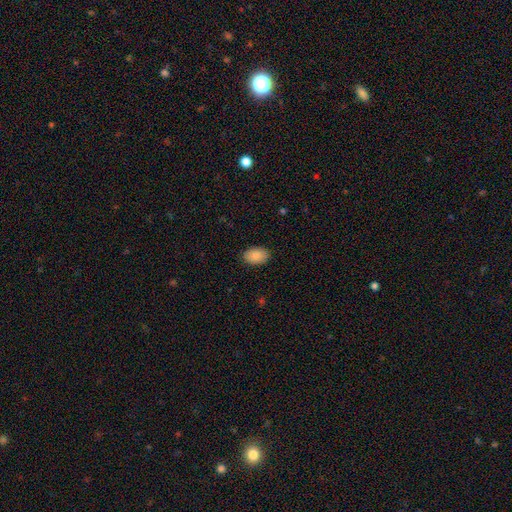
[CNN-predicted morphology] smooth-or-featured: smooth: 89% | star or artifact: 7% | featured or disk: 4%
  how-rounded: in between: 90% | round: 9% | cigar-shaped: 1%
  merging: none: 89% | minor disturbance: 8% | major disturbance: 2% | merger: 1%